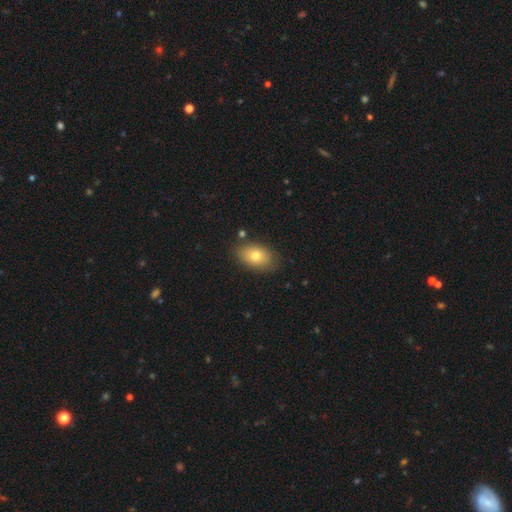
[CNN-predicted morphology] A smooth galaxy with no disk features (77%) that is in between round and cigar-shaped (87%).

Vote fractions:
- Smooth or featured? smooth: 77% / featured or disk: 15% / star or artifact: 8%
- How rounded? in between: 87% / round: 12% / cigar-shaped: 1%
- Merging? none: 82% / minor disturbance: 13% / major disturbance: 3% / merger: 3%